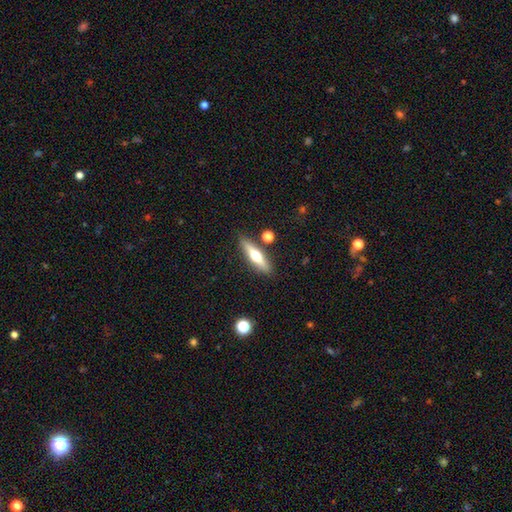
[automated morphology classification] The model was most divided on "smooth or featured": featured or disk: 51%, smooth: 42%, star or artifact: 7%. More confident: edge-on disk — yes (91%); merging — none (83%).